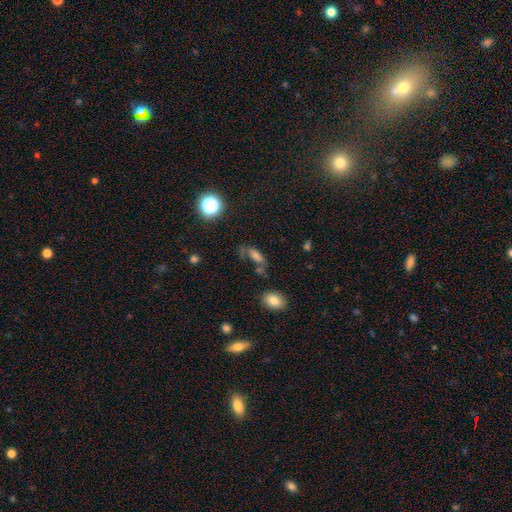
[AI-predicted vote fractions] The model was most divided on "merging": none: 47%, minor disturbance: 21%, major disturbance: 18%, merger: 14%. More confident: how rounded — in between (77%); smooth or featured — smooth (65%).